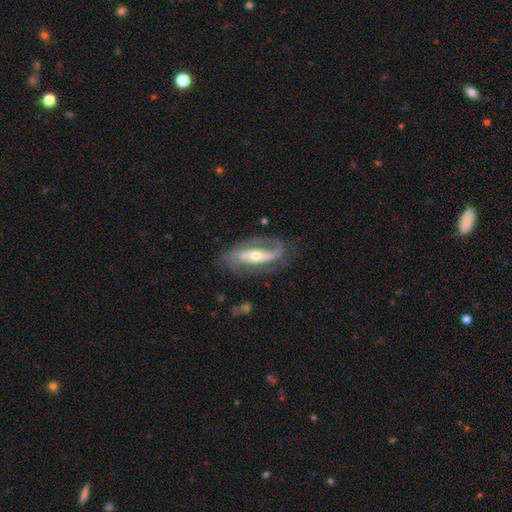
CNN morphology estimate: Smooth or featured? featured or disk (83%)
Edge-on disk? no (88%)
Bar? strong (48%)
Spiral arms? yes (90%)
Spiral winding? medium (43%)
Spiral arm count? 2 (76%)
Bulge size? moderate (58%)
Merging? none (70%)